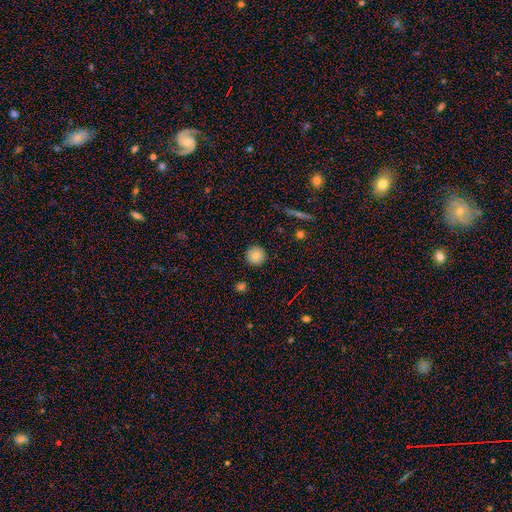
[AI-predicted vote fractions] smooth_or_featured: smooth (p=0.83) [alt: star or artifact p=0.09]
how_rounded: round (p=0.95) [alt: in between p=0.04]
merging: none (p=0.91) [alt: minor disturbance p=0.06]